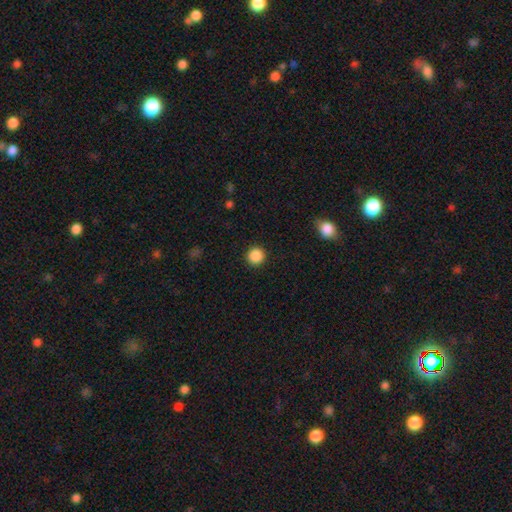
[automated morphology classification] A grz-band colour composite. It shows a smooth galaxy with no disk features (88%) that is round (95%). Merging: none (92%).